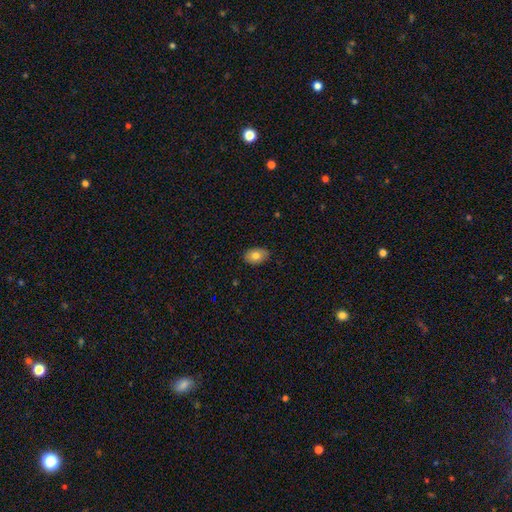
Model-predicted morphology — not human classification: Overall: smooth (78%). How rounded: in between (85%). Merging: none (85%).